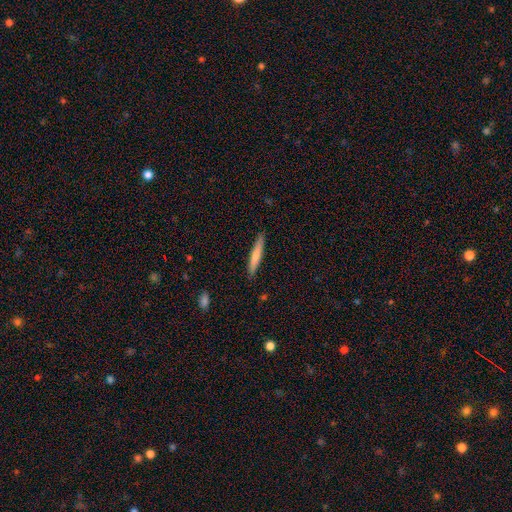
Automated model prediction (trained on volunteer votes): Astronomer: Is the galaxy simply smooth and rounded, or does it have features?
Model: smooth — 69%.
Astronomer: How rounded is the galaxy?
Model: cigar-shaped — 94%.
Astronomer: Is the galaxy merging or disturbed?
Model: none — 89%.